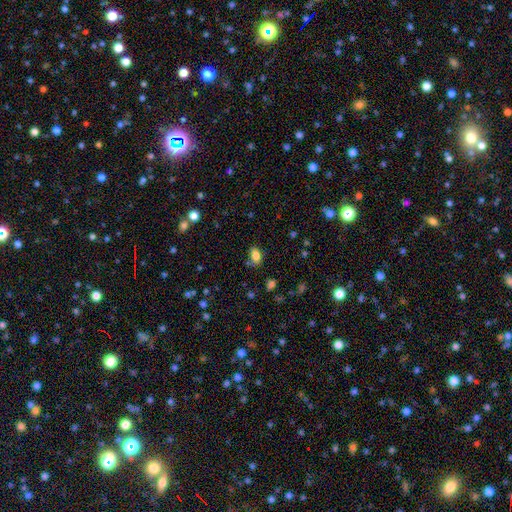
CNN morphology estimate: Smooth or featured? smooth (83%)
How rounded? in between (88%)
Merging? none (74%)